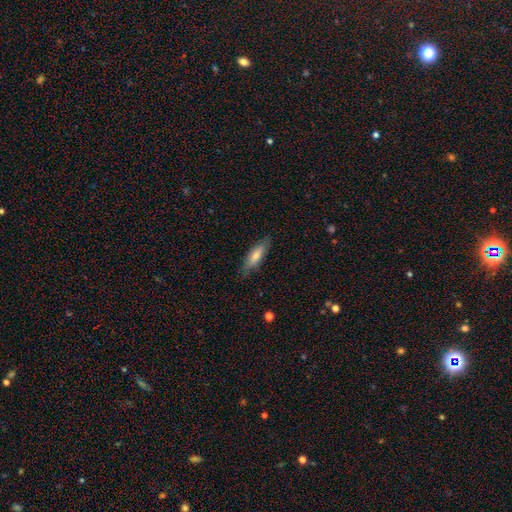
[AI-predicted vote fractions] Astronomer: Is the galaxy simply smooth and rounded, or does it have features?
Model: smooth — 63%.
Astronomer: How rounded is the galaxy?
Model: cigar-shaped — 56% (runner-up: in between, 42%).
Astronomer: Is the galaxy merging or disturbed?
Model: none — 81%.